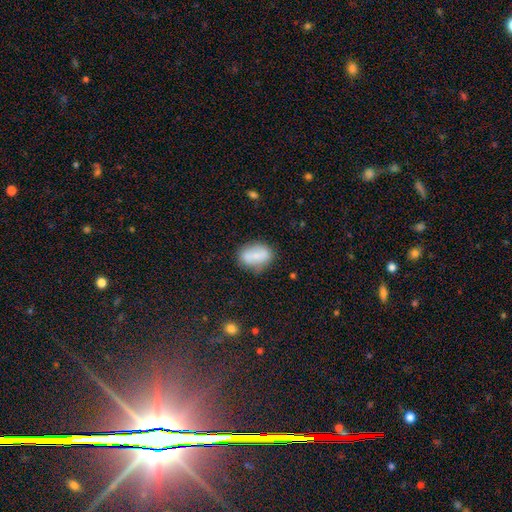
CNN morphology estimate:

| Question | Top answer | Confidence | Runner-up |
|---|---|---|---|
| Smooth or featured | smooth | 72% | featured or disk (21%) |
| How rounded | in between | 84% | round (13%) |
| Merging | none | 69% | minor disturbance (19%) |